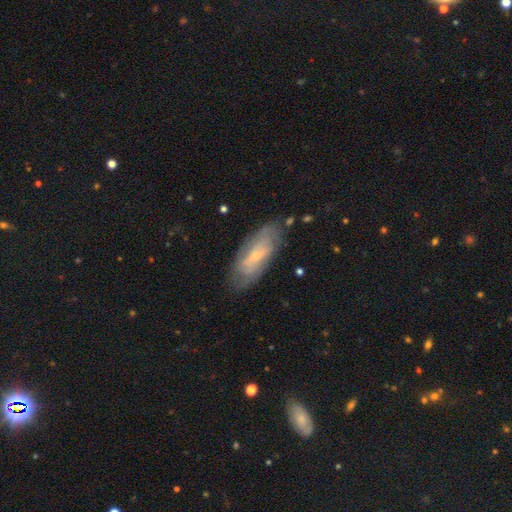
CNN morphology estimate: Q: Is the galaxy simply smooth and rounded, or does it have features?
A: featured or disk — 60%.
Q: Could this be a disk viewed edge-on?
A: no — 84%.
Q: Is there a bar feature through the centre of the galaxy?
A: no — 44%.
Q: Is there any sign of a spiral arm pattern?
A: yes — 74%.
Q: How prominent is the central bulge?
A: small — 65%.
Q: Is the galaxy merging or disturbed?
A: none — 73%.